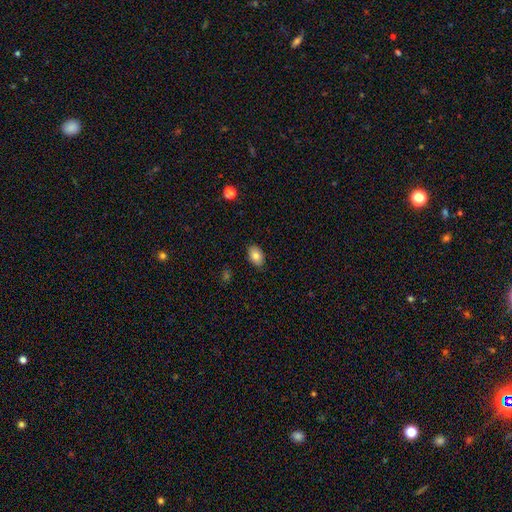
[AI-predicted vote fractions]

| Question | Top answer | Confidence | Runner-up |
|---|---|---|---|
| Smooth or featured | smooth | 81% | featured or disk (11%) |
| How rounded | in between | 86% | round (12%) |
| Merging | none | 84% | minor disturbance (12%) |